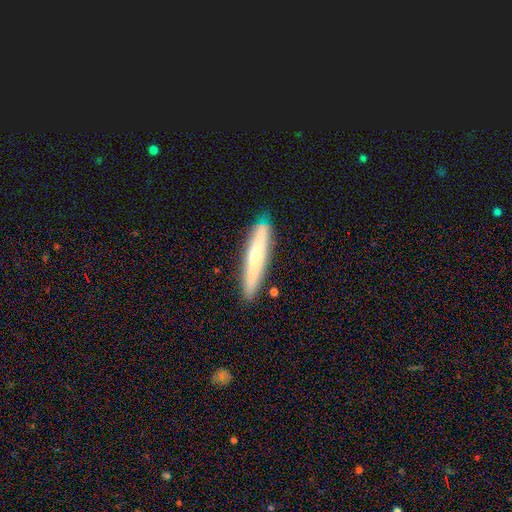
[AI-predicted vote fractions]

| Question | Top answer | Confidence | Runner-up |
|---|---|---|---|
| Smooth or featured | featured or disk | 48% | smooth (43%) |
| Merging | none | 88% | minor disturbance (9%) |